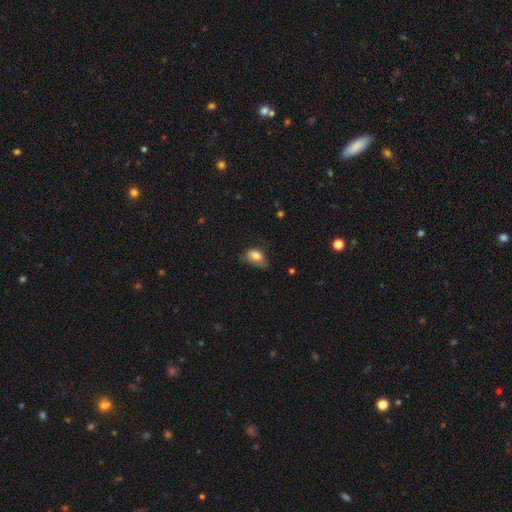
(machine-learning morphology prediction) smooth 82%, featured or disk 10%, star or artifact 9%. Down the decision tree: how rounded — in between (82%); merging — none (42%).